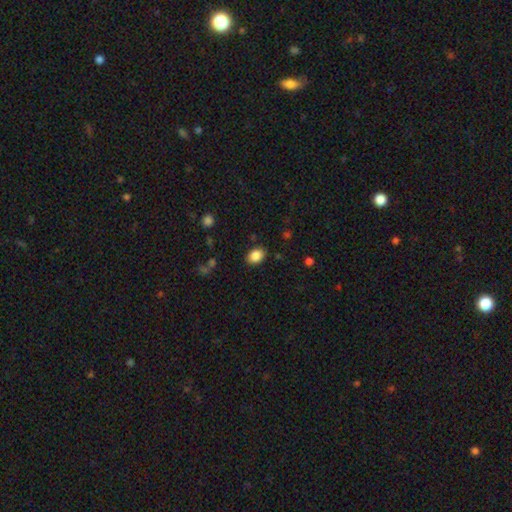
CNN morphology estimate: smooth-or-featured: smooth: 87% | star or artifact: 9% | featured or disk: 5%
  how-rounded: in between: 69% | round: 30% | cigar-shaped: 1%
  merging: none: 86% | minor disturbance: 10% | major disturbance: 3% | merger: 1%